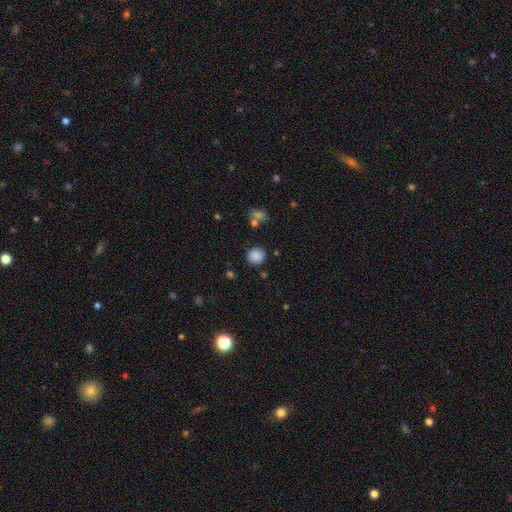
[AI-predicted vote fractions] Smooth or featured?
  - smooth: 85% *
  - star or artifact: 10%
  - featured or disk: 4%
How rounded?
  - round: 89% *
  - in between: 10%
  - cigar-shaped: 1%
Merging?
  - none: 84% *
  - minor disturbance: 9%
  - merger: 4%
  - major disturbance: 3%